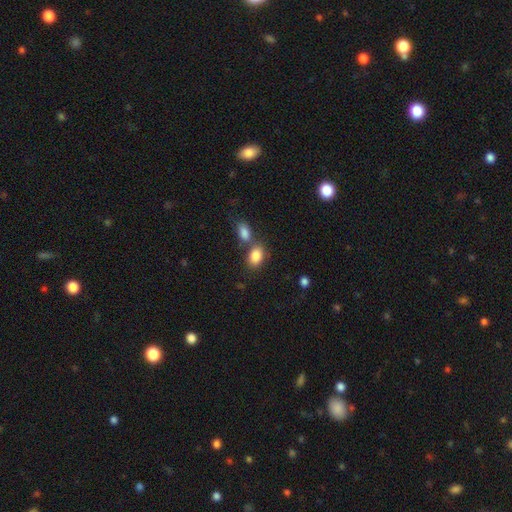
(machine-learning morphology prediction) Smooth or featured?
  - smooth: 85% *
  - star or artifact: 8%
  - featured or disk: 7%
How rounded?
  - in between: 83% *
  - round: 16%
  - cigar-shaped: 2%
Merging?
  - none: 54% *
  - merger: 32%
  - minor disturbance: 11%
  - major disturbance: 4%